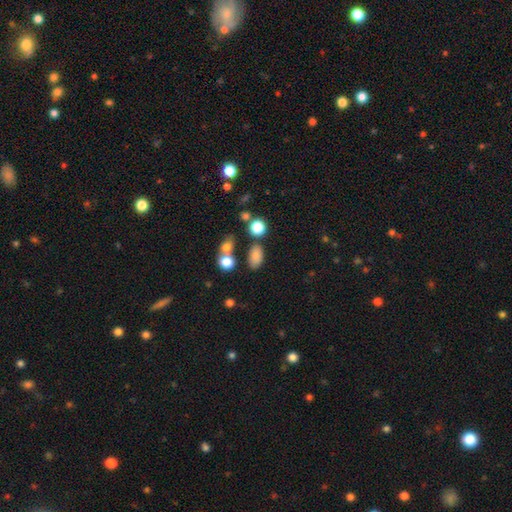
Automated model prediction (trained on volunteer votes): Smooth or featured? Predicted: smooth (p=0.80). How rounded? Predicted: in between (p=0.86). Merging? Predicted: none (p=0.64).